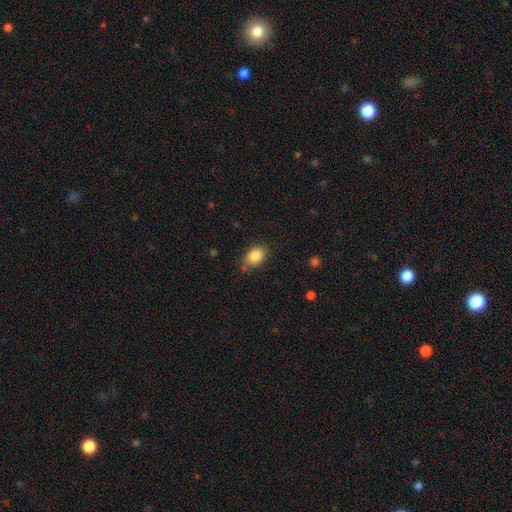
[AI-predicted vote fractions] Smooth or featured? smooth (85%)
How rounded? in between (80%)
Merging? none (78%)